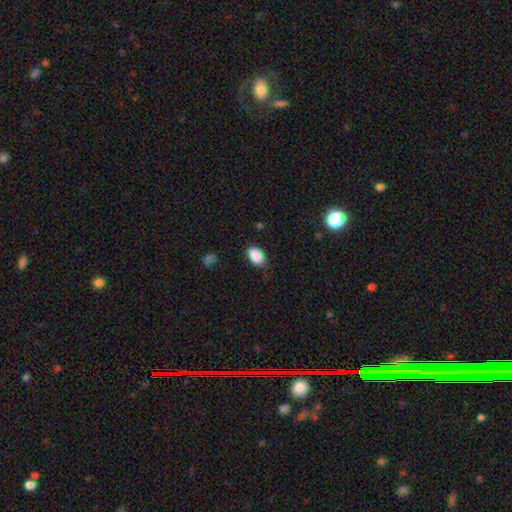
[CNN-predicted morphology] type=smooth (89%); roundness=in between (91%); merging=none (81%).